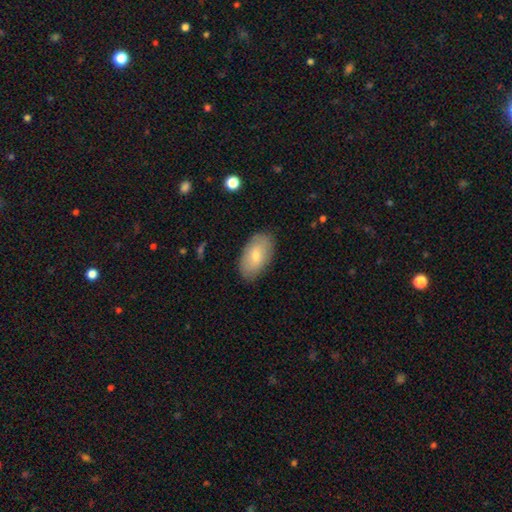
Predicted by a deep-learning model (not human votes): A smooth galaxy with no disk features (72%) that is in between round and cigar-shaped (94%). Merging: none (84%).